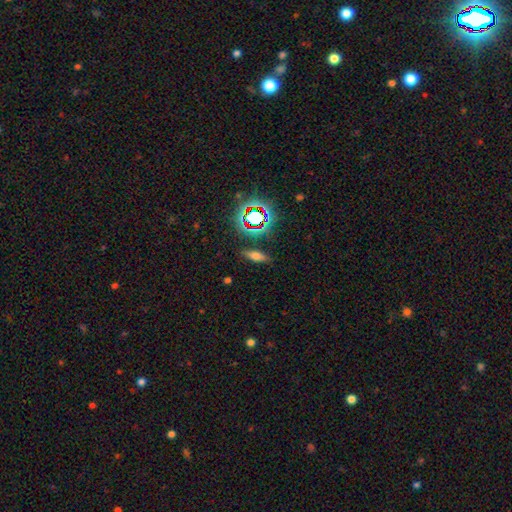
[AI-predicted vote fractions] smooth-or-featured: smooth: 56% | featured or disk: 23% | star or artifact: 21%
  how-rounded: in between: 52% | cigar-shaped: 40% | round: 8%
  merging: none: 84% | minor disturbance: 10% | major disturbance: 3% | merger: 2%